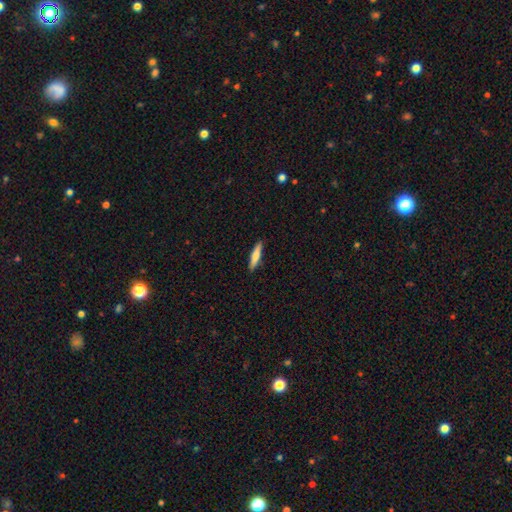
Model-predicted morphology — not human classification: type=smooth (75%); roundness=cigar-shaped (84%); merging=none (89%).